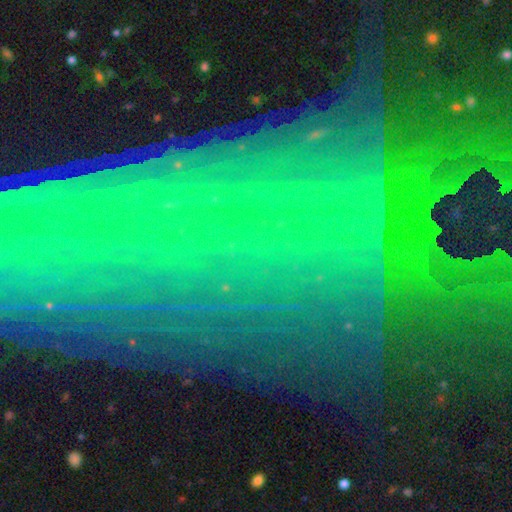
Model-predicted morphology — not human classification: star or artifact 72%, featured or disk 17%, smooth 11%.